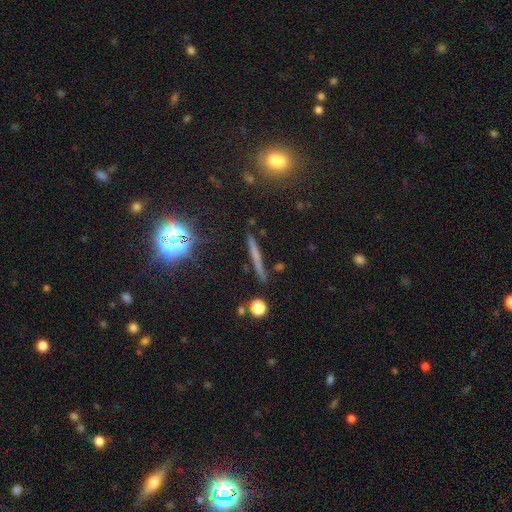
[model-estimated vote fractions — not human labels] Smooth or featured? smooth (44%)
Merging? none (88%)